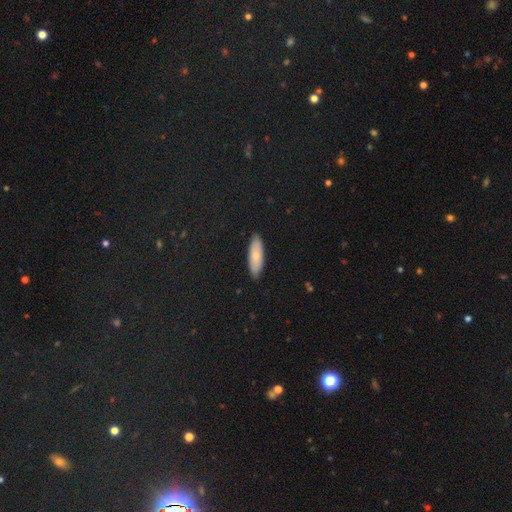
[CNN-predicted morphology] This appears to be a smooth galaxy with no disk features (78%) that is in between round and cigar-shaped (55%). Merging: none (88%).